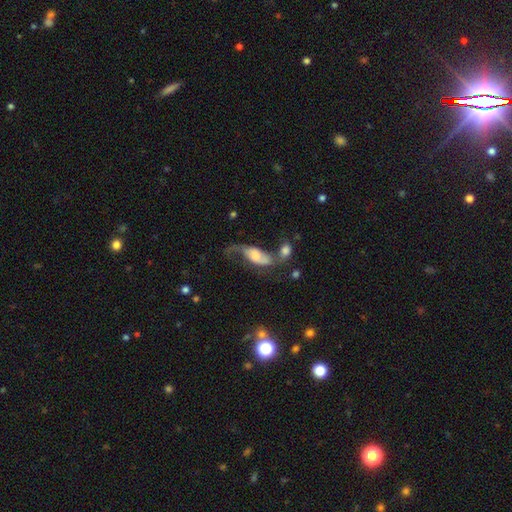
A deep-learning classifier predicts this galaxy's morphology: smooth_or_featured: featured or disk (p=0.62) [alt: smooth p=0.30]
disk_edge_on: no (p=0.89) [alt: yes p=0.11]
bar: no (p=0.60) [alt: weak p=0.31]
has_spiral_arms: yes (p=0.83) [alt: no p=0.17]
bulge_size: moderate (p=0.50) [alt: small p=0.27]
merging: merger (p=0.29) [alt: none p=0.27]